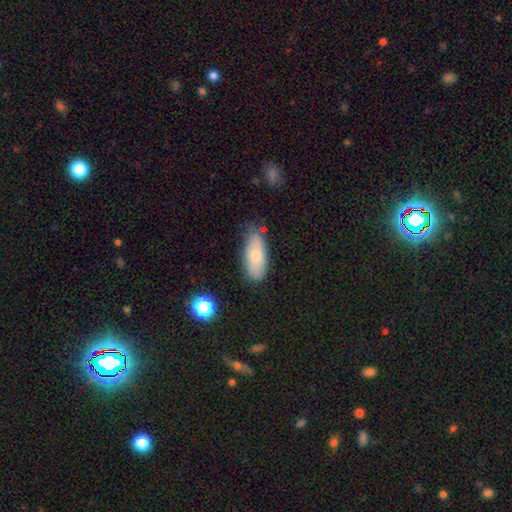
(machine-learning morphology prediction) Smooth or featured: smooth — 72% (featured or disk — 20%)
How rounded: in between — 82% (cigar-shaped — 15%)
Merging: none — 62% (minor disturbance — 28%)